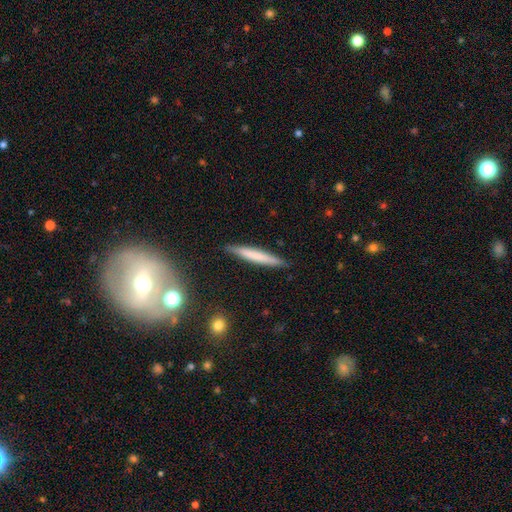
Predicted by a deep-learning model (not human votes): Morphology: type=smooth (62%); roundness=cigar-shaped (95%); merging=none (89%).